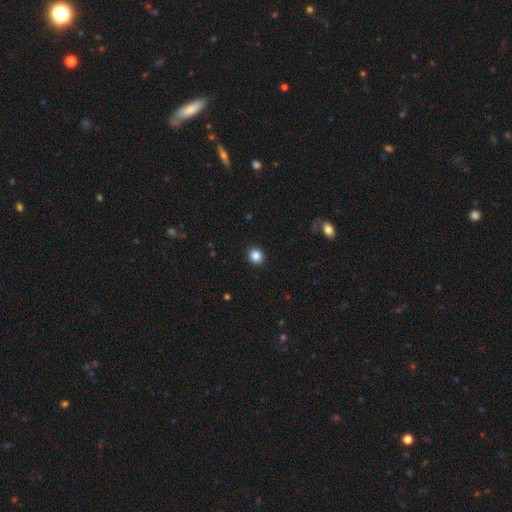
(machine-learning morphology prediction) A smooth galaxy with no disk features (86%) that is round (82%). Merging: none (92%).